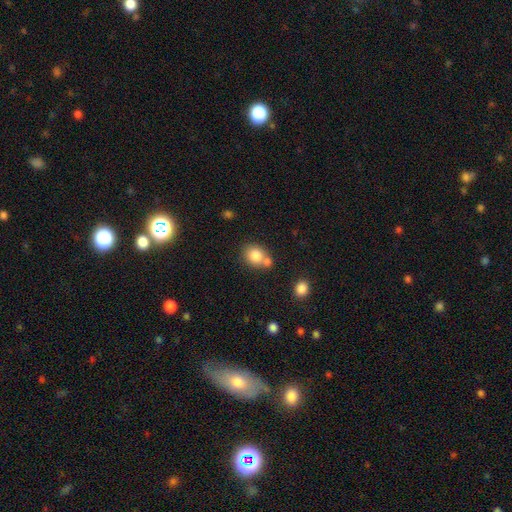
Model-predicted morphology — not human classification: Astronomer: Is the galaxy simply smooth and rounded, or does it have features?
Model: smooth — 82%.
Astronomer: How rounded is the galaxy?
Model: round — 63%.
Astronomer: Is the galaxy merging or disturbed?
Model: none — 51% (runner-up: merger, 34%).